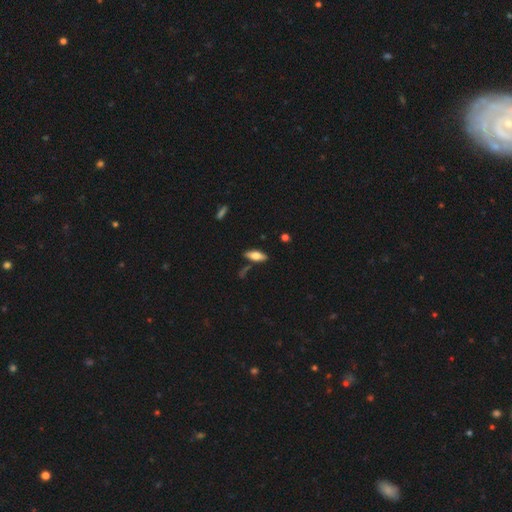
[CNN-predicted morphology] type=smooth (63%); roundness=in between (67%); merging=none (78%).